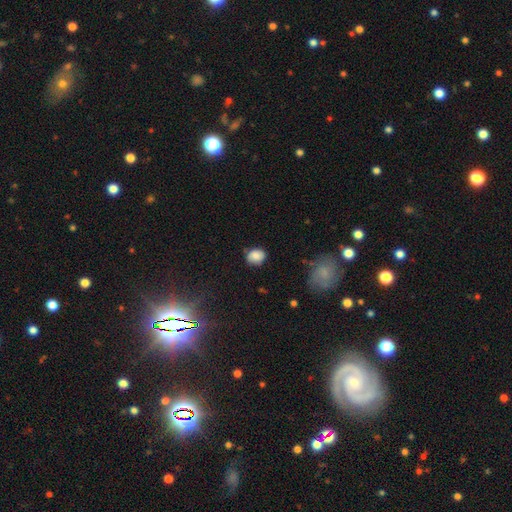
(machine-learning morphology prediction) Overall: smooth (80%). How rounded: round (59%; in between 40%). Merging: none (68%).